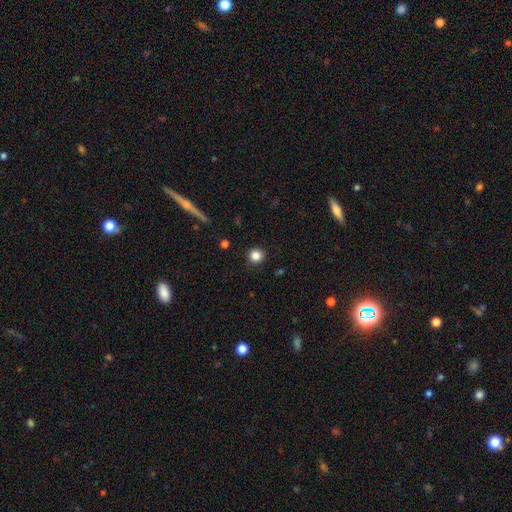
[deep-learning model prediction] smooth-or-featured: smooth: 84% | star or artifact: 11% | featured or disk: 4%
  how-rounded: round: 94% | in between: 5% | cigar-shaped: 1%
  merging: none: 92% | minor disturbance: 5% | major disturbance: 2% | merger: 1%